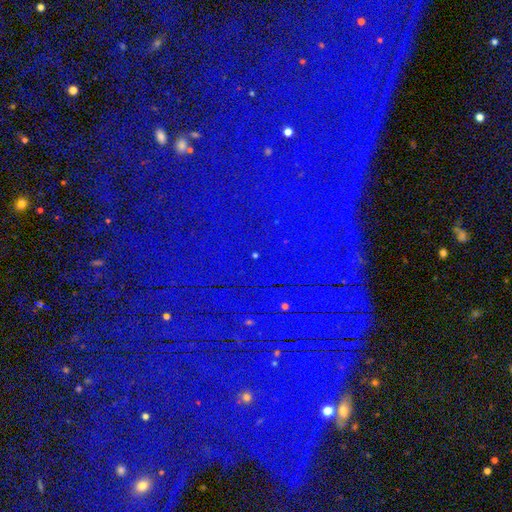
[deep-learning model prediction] Overall: star or artifact (82%).